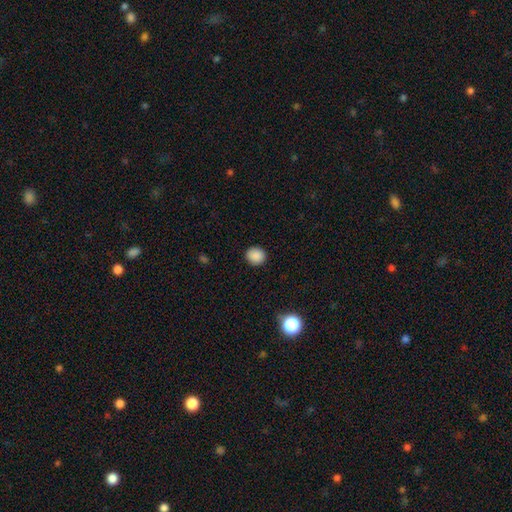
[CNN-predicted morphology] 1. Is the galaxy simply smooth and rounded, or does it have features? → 88% smooth, 9% star or artifact, 2% featured or disk.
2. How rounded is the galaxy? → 88% round, 11% in between, 1% cigar-shaped.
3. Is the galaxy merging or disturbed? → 92% none, 5% minor disturbance, 2% major disturbance, 1% merger.